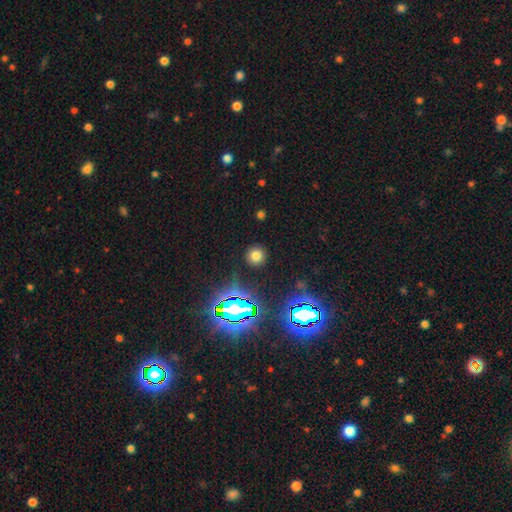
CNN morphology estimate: Smooth or featured? Predicted: smooth (p=0.69). How rounded? Predicted: round (p=0.93). Merging? Predicted: none (p=0.89).